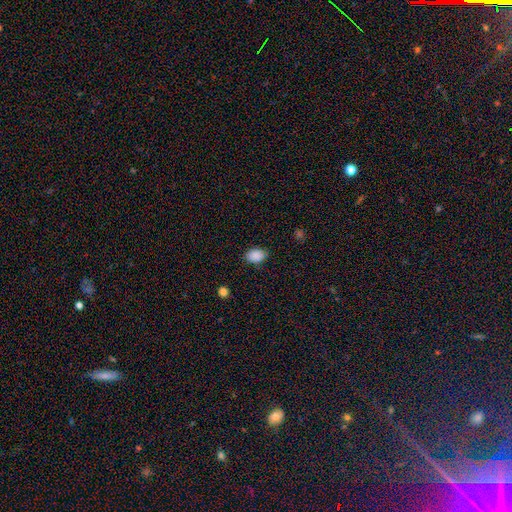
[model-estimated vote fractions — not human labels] smooth_or_featured: smooth (p=0.89) [alt: star or artifact p=0.08]
how_rounded: in between (p=0.84) [alt: round p=0.15]
merging: none (p=0.83) [alt: minor disturbance p=0.13]